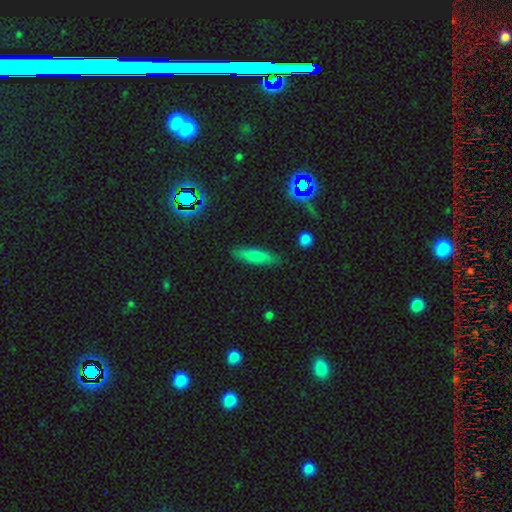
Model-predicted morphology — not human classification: smooth_or_featured: smooth (p=0.67) [alt: featured or disk p=0.21]
how_rounded: cigar-shaped (p=0.63) [alt: in between p=0.34]
merging: none (p=0.86) [alt: minor disturbance p=0.10]